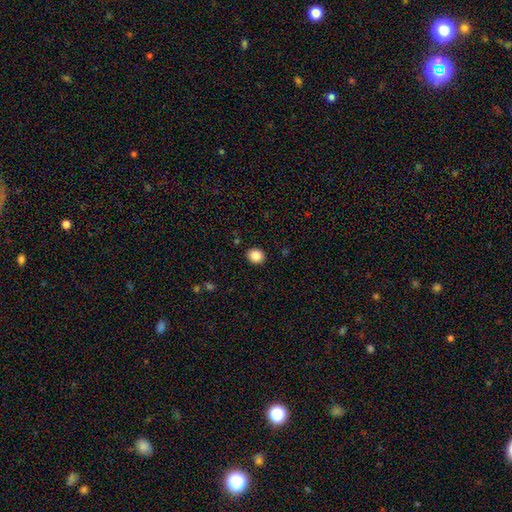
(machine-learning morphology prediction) The model was most divided on "how rounded": round: 72%, in between: 28%, cigar-shaped: 1%. More confident: merging — none (91%); smooth or featured — smooth (87%).